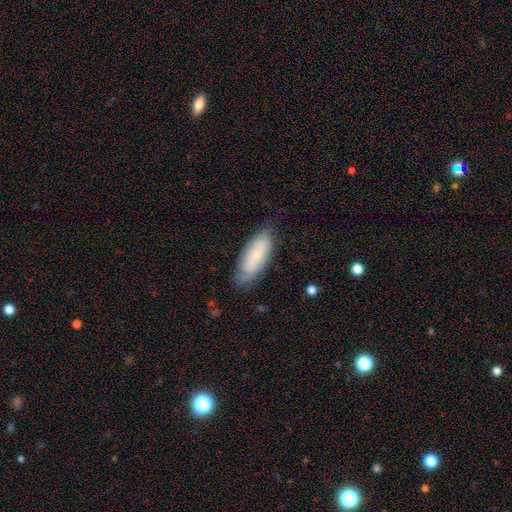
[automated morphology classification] The model was most divided on "smooth or featured": smooth: 60%, featured or disk: 33%, star or artifact: 7%. More confident: how rounded — in between (77%); merging — none (74%).